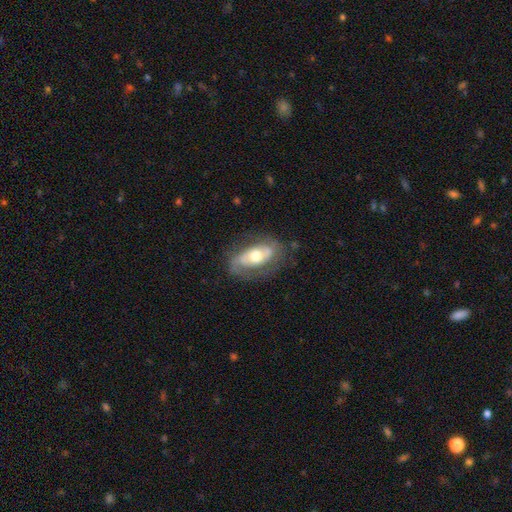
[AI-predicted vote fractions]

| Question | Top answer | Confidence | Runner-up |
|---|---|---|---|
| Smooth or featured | featured or disk | 67% | smooth (28%) |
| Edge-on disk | no | 92% | yes (8%) |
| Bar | no | 64% | weak (24%) |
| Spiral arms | yes | 70% | no (30%) |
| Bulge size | moderate | 69% | large (18%) |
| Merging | none | 67% | minor disturbance (20%) |